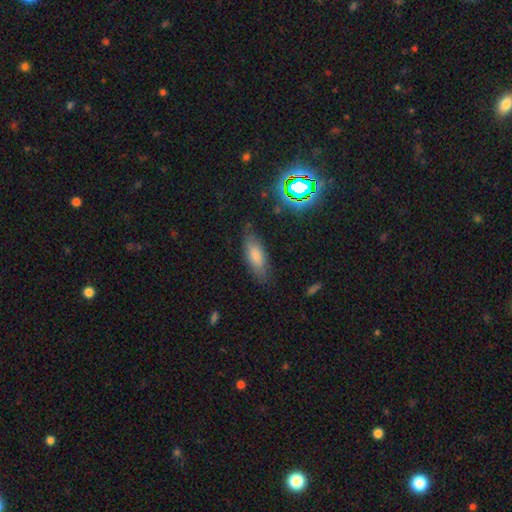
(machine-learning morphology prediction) smooth-or-featured: smooth: 75% | featured or disk: 15% | star or artifact: 10%
  how-rounded: in between: 72% | cigar-shaped: 26% | round: 2%
  merging: none: 76% | minor disturbance: 18% | major disturbance: 4% | merger: 2%